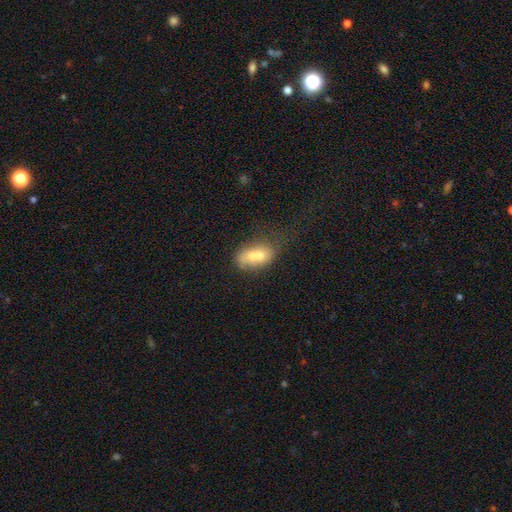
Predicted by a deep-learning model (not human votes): The model was most divided on "smooth or featured": smooth: 60%, featured or disk: 31%, star or artifact: 9%. More confident: how rounded — in between (74%); merging — merger (62%).